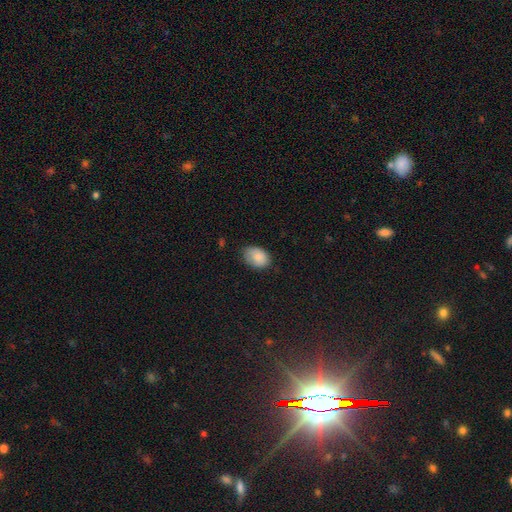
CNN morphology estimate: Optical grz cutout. It shows a smooth galaxy with no disk features (86%) that is in between round and cigar-shaped (81%). Merging: none (68%).